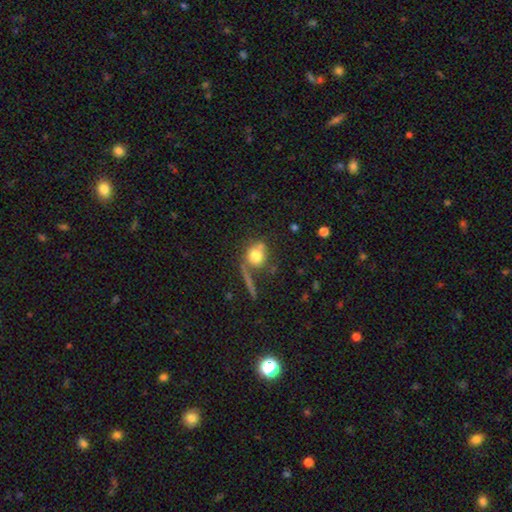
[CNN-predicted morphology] Smooth or featured: smooth — 74% (featured or disk — 15%)
How rounded: round — 76% (in between — 21%)
Merging: none — 52% (merger — 21%)